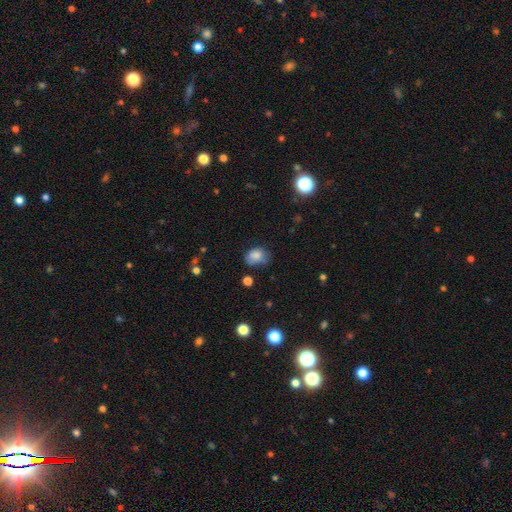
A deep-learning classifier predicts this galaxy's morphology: The model was most divided on "how rounded": in between: 56%, round: 43%, cigar-shaped: 1%. More confident: smooth or featured — smooth (81%); merging — none (55%).